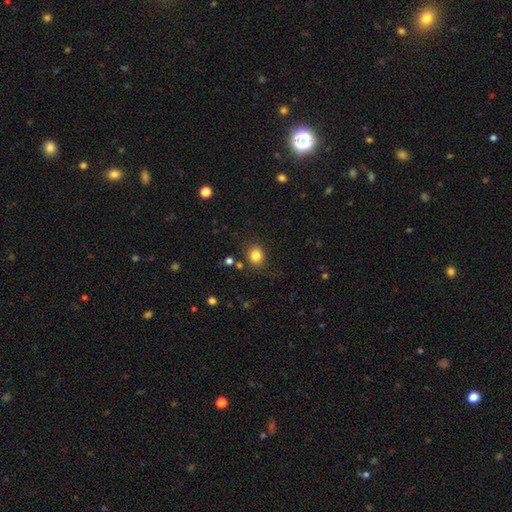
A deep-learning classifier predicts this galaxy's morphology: This is clearly a smooth galaxy (83%). How rounded: likely round (72%). Merging: clearly none (83%).